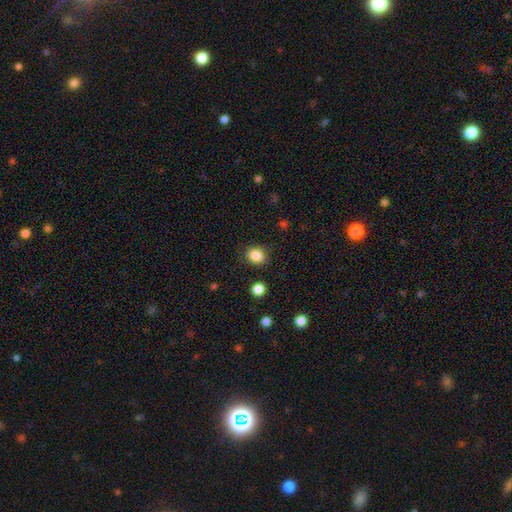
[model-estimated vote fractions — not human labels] smooth_or_featured: smooth (p=0.85) [alt: star or artifact p=0.10]
how_rounded: round (p=0.67) [alt: in between p=0.33]
merging: none (p=0.86) [alt: minor disturbance p=0.09]